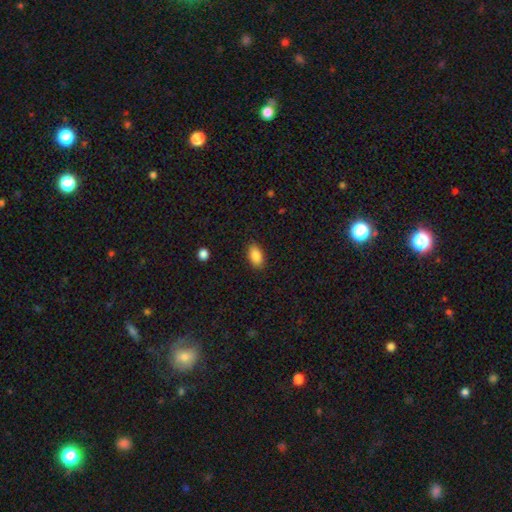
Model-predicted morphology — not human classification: A smooth galaxy with no disk features (88%) that is in between round and cigar-shaped (91%).

Vote fractions:
- Smooth or featured? smooth: 88% / star or artifact: 8% / featured or disk: 5%
- How rounded? in between: 91% / round: 6% / cigar-shaped: 3%
- Merging? none: 86% / minor disturbance: 11% / major disturbance: 3% / merger: 1%